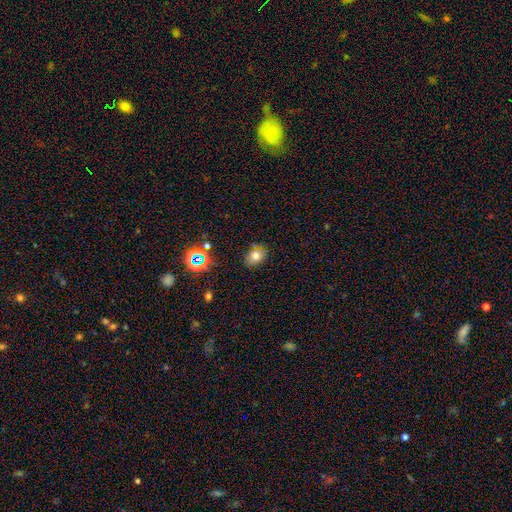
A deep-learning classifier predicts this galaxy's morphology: type=smooth (71%); roundness=in between (62%); merging=none (80%).